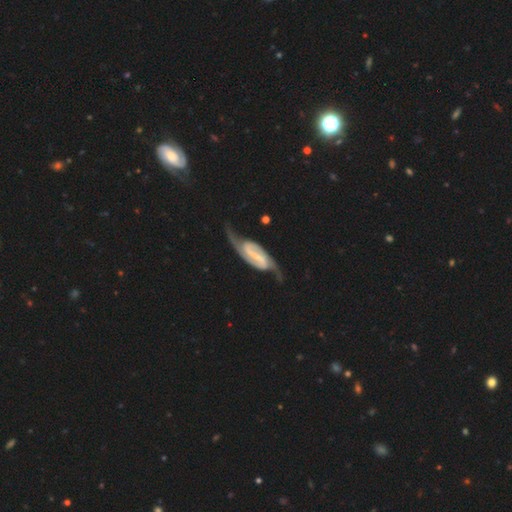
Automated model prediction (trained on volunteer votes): Smooth or featured? featured or disk (90%)
Edge-on disk? no (95%)
Bar? strong (64%)
Spiral arms? yes (97%)
Spiral winding? medium (47%)
Spiral arm count? 2 (93%)
Bulge size? none (44%)
Merging? none (69%)